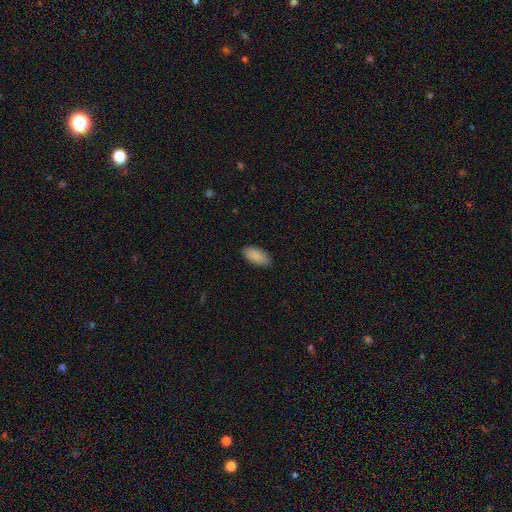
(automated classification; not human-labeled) Q: Smooth or featured?
A: smooth (89%); runner-up: star or artifact (6%)
Q: How rounded?
A: in between (93%); runner-up: cigar-shaped (5%)
Q: Merging?
A: none (85%); runner-up: minor disturbance (12%)